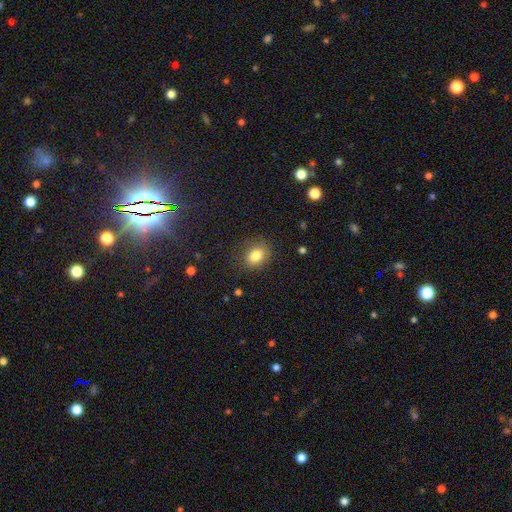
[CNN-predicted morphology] smooth-or-featured: smooth: 82% | star or artifact: 10% | featured or disk: 8%
  how-rounded: in between: 52% | round: 47% | cigar-shaped: 1%
  merging: none: 80% | minor disturbance: 14% | major disturbance: 5% | merger: 1%